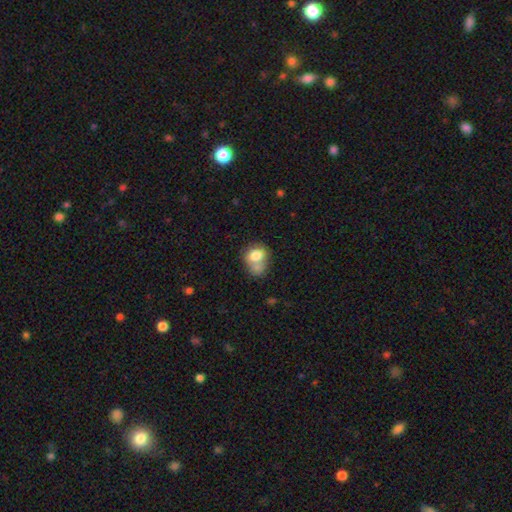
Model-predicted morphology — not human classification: Overall: smooth (74%). How rounded: in between (54%; round 45%). Merging: merger (42%; none 30%).